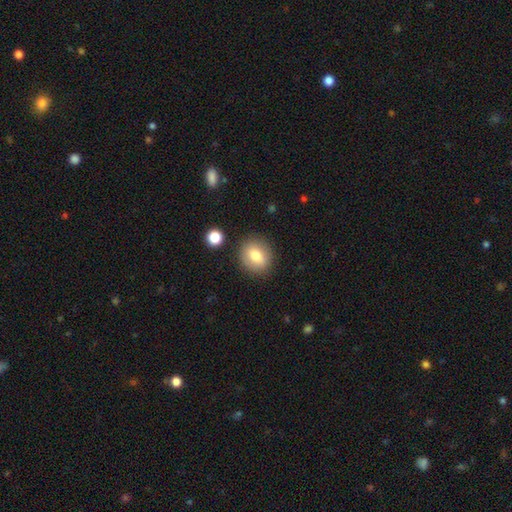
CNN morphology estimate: This is likely a smooth galaxy (78%). How rounded: likely round (68%). Merging: clearly none (86%).